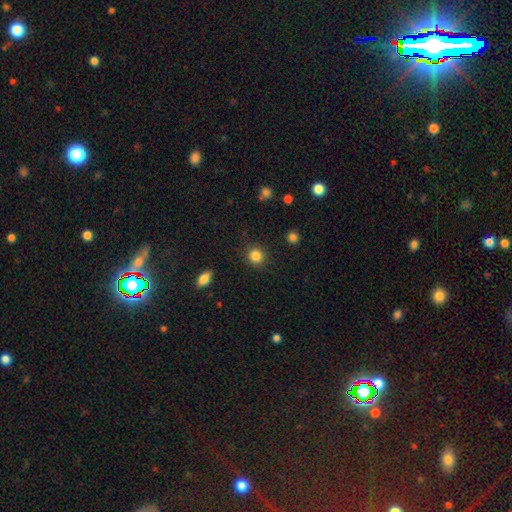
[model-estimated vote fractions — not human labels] Smooth or featured?
  - smooth: 85% *
  - star or artifact: 11%
  - featured or disk: 4%
How rounded?
  - round: 89% *
  - in between: 10%
  - cigar-shaped: 1%
Merging?
  - none: 89% *
  - minor disturbance: 7%
  - major disturbance: 2%
  - merger: 1%